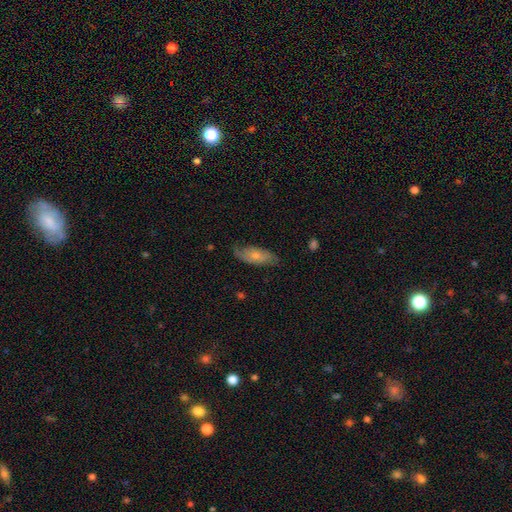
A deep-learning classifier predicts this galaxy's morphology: smooth_or_featured: smooth (p=0.52) [alt: featured or disk p=0.42]
how_rounded: in between (p=0.79) [alt: cigar-shaped p=0.18]
merging: none (p=0.71) [alt: minor disturbance p=0.22]